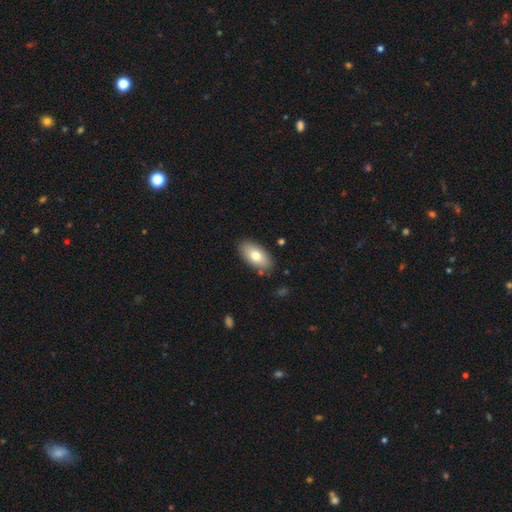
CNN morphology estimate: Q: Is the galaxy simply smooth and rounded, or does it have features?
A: smooth — 75%.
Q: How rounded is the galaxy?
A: in between — 93%.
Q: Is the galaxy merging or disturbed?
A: none — 85%.